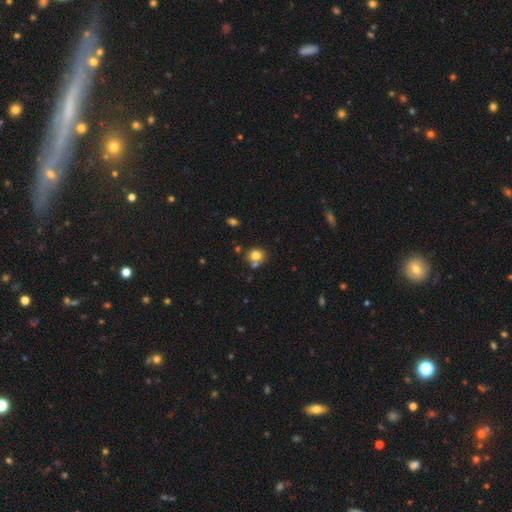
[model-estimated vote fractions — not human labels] Smooth or featured? smooth (80%)
How rounded? round (77%)
Merging? none (65%)